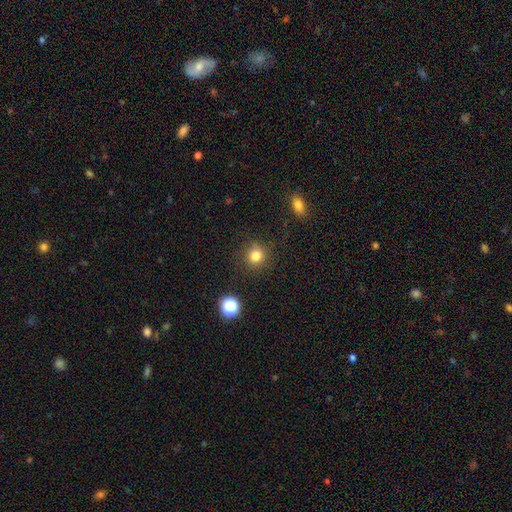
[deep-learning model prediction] This is clearly a smooth galaxy (81%). How rounded: clearly round (91%). Merging: clearly none (87%).